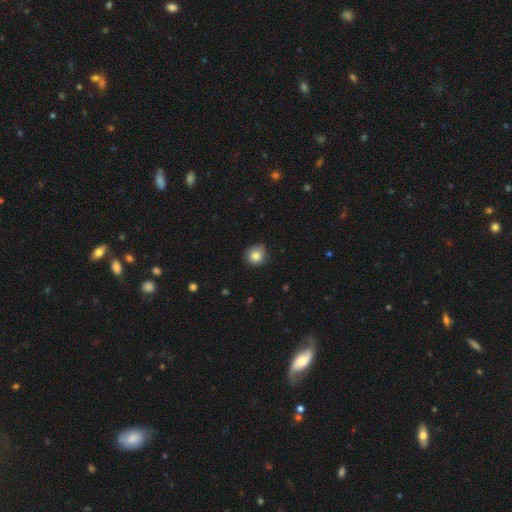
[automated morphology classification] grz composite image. It shows a smooth galaxy with no disk features (84%) that is round (91%). Merging: none (79%).